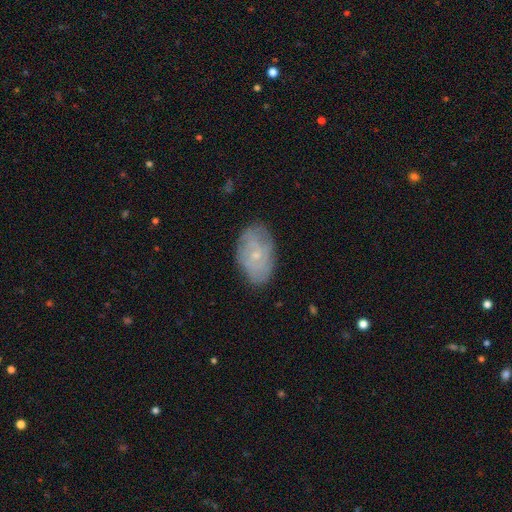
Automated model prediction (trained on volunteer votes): A featured or disk galaxy (53%) with no bar (82%), spiral arms (68%) and a small central bulge (77%).

Vote fractions:
- Smooth or featured? featured or disk: 53% / smooth: 39% / star or artifact: 8%
- Edge-on disk? no: 95% / yes: 5%
- Bar? no: 82% / weak: 16% / strong: 2%
- Spiral arms? yes: 68% / no: 32%
- Bulge size? small: 77% / moderate: 18% / none: 3% / large: 1% / dominant: 1%
- Merging? none: 76% / minor disturbance: 19% / major disturbance: 5% / merger: 1%